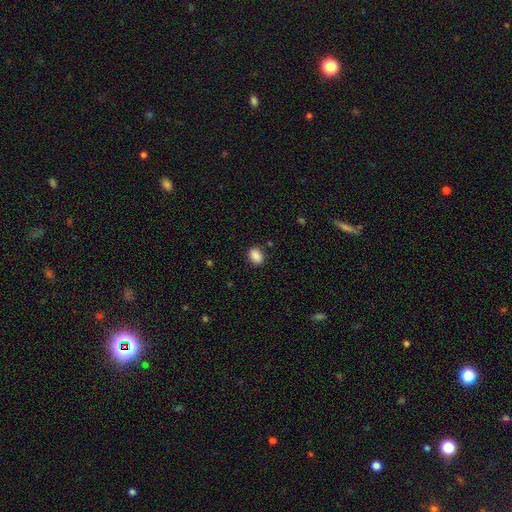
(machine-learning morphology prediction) Smooth or featured: smooth — 88% (star or artifact — 8%)
How rounded: in between — 72% (round — 26%)
Merging: none — 85% (minor disturbance — 10%)